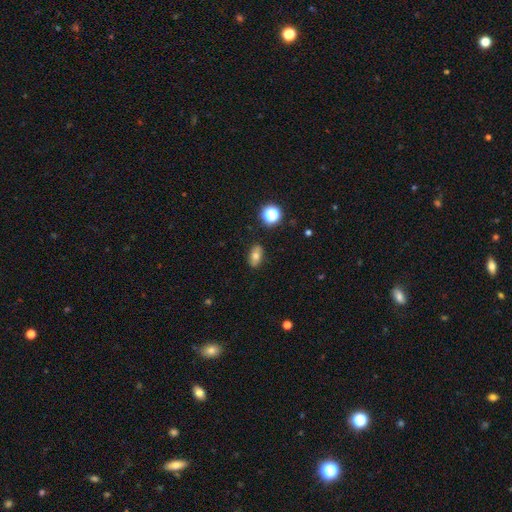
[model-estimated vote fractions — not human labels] smooth-or-featured: smooth: 73% | featured or disk: 15% | star or artifact: 12%
  how-rounded: in between: 84% | round: 10% | cigar-shaped: 5%
  merging: none: 86% | minor disturbance: 10% | major disturbance: 2% | merger: 2%